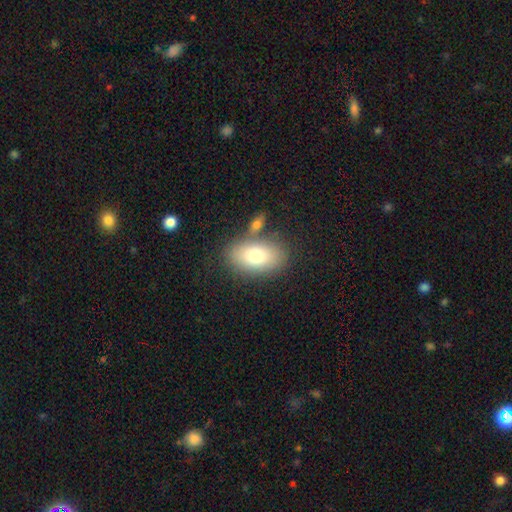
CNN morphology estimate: The model was most divided on "merging": none: 70%, merger: 13%, minor disturbance: 12%, major disturbance: 4%. More confident: how rounded — in between (89%); smooth or featured — smooth (77%).